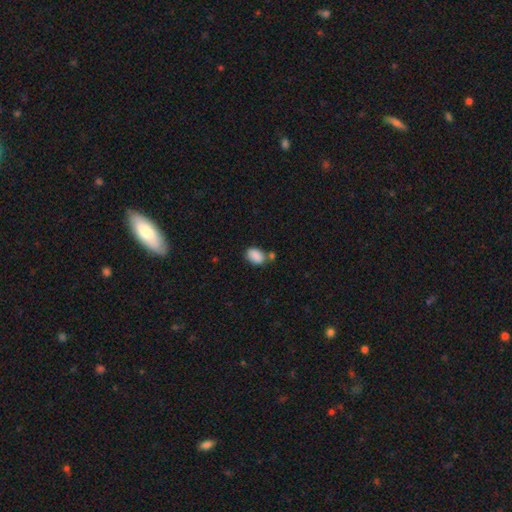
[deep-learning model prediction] Overall: smooth (88%). How rounded: in between (84%). Merging: none (59%).